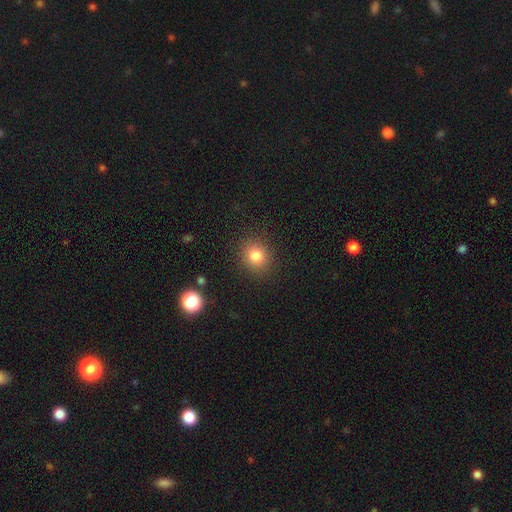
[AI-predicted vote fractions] smooth 81%, star or artifact 12%, featured or disk 7%. Down the decision tree: how rounded — round (79%); merging — none (89%).